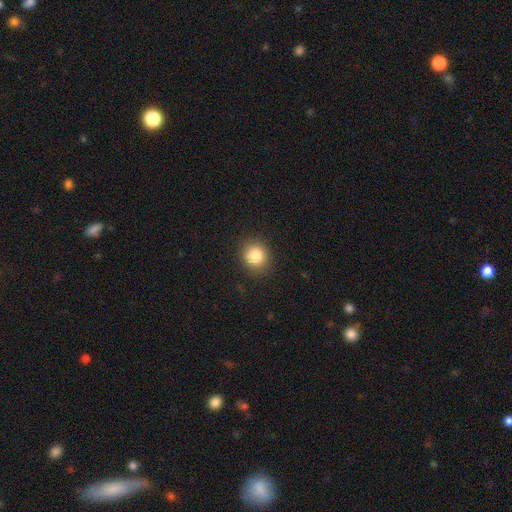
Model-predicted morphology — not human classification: Smooth or featured? Predicted: smooth (p=0.83). How rounded? Predicted: round (p=0.82). Merging? Predicted: none (p=0.86).